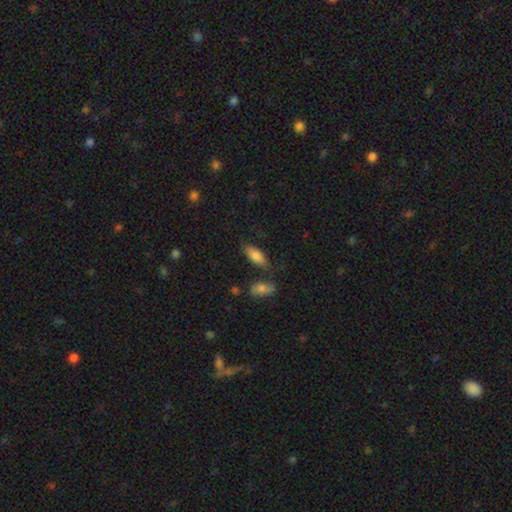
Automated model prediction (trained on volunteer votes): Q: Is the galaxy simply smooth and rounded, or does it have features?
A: smooth — 82%.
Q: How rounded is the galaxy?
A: in between — 83%.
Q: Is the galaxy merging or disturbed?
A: none — 71%.